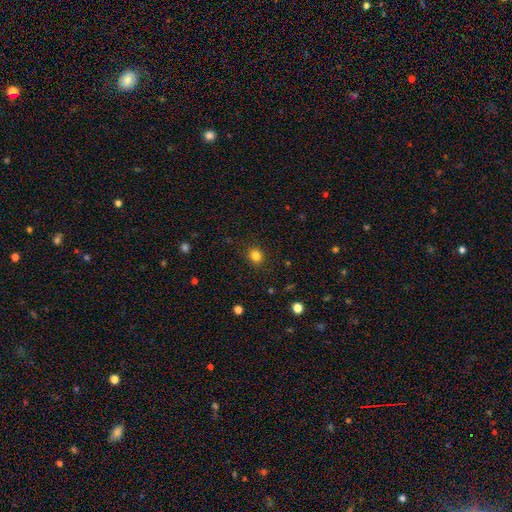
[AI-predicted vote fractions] The model was most divided on "how rounded": round: 77%, in between: 22%, cigar-shaped: 1%. More confident: merging — none (89%); smooth or featured — smooth (83%).